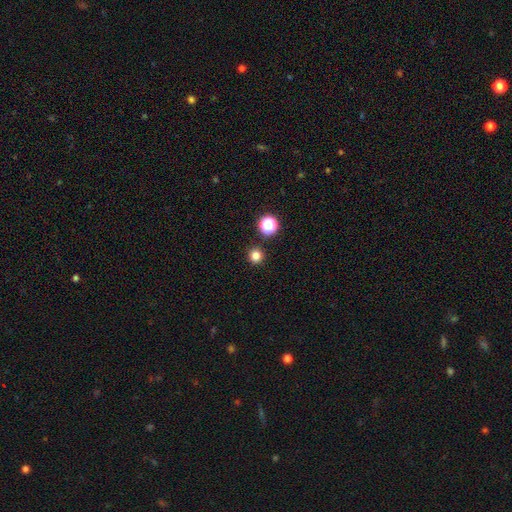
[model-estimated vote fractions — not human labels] Overall: smooth (79%). How rounded: round (94%). Merging: none (90%).